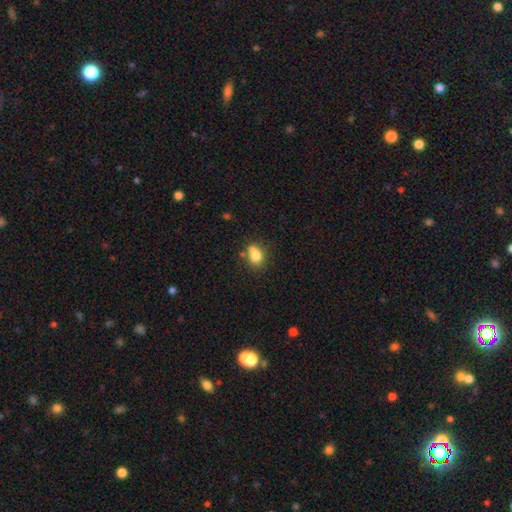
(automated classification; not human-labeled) smooth-or-featured: smooth: 77% | featured or disk: 13% | star or artifact: 10%
  how-rounded: round: 49% (tied) | in between: 49% (tied) | cigar-shaped: 1%
  merging: none: 47% | merger: 29% | minor disturbance: 17% | major disturbance: 6%